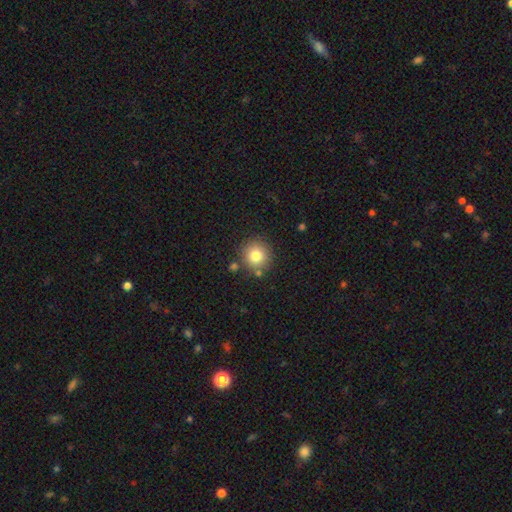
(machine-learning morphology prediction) type=smooth (79%); roundness=round (93%); merging=none (82%).